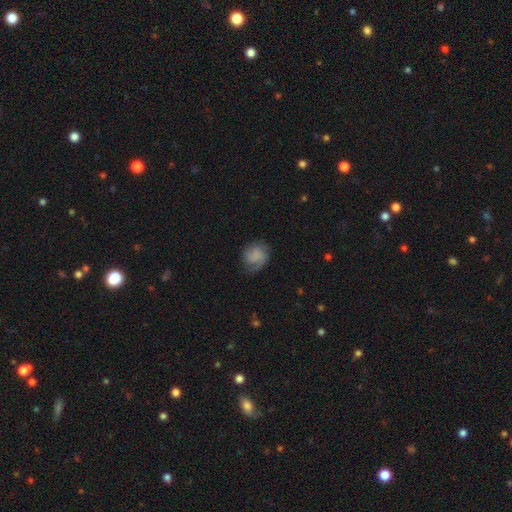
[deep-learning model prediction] Smooth or featured: smooth — 60% (featured or disk — 31%)
How rounded: round — 66% (in between — 33%)
Merging: none — 60% (minor disturbance — 25%)